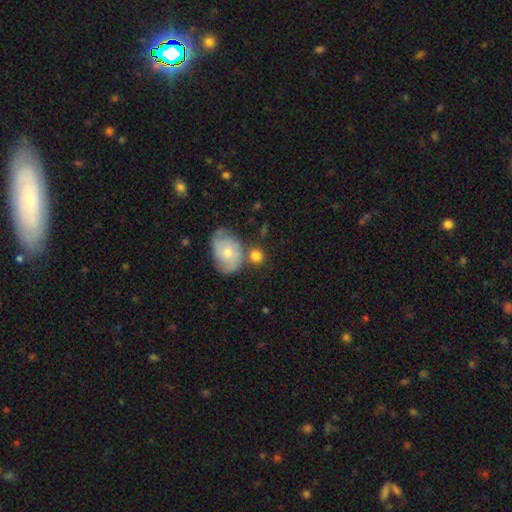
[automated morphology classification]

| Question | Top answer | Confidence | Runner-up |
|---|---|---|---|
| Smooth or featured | smooth | 76% | featured or disk (16%) |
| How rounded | round | 76% | in between (23%) |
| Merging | none | 56% | merger (24%) |